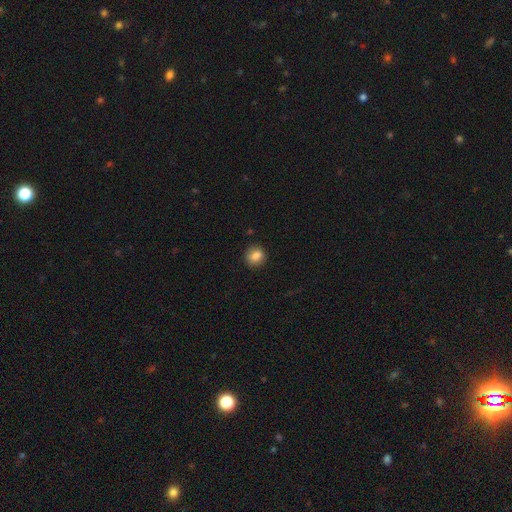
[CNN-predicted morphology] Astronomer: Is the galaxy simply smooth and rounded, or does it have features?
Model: smooth — 84%.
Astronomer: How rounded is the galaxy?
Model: round — 75%.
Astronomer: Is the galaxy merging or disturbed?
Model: none — 85%.